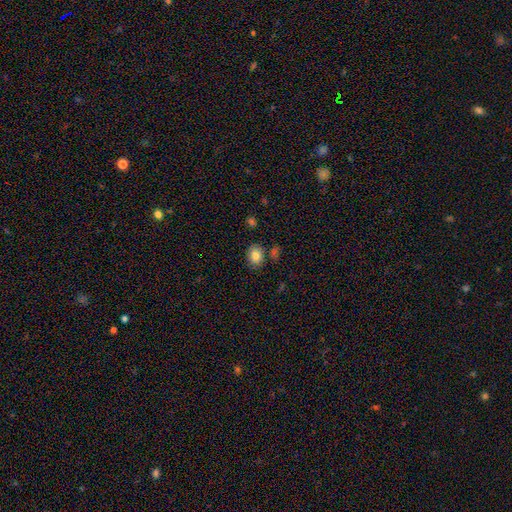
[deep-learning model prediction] Smooth or featured? Predicted: smooth (p=0.82). How rounded? Predicted: in between (p=0.58). Merging? Predicted: none (p=0.81).